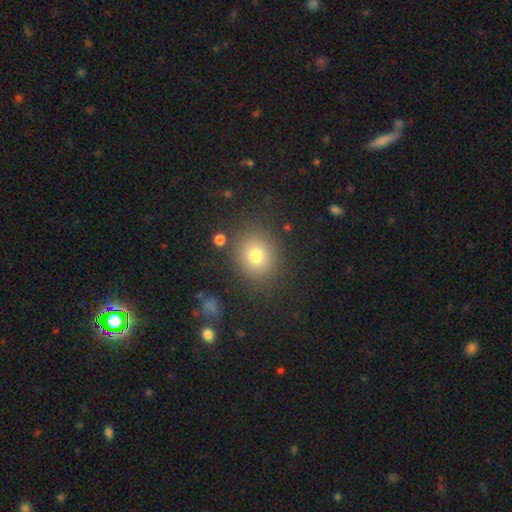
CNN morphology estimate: A smooth galaxy with no disk features (77%) that is round (74%).

Vote fractions:
- Smooth or featured? smooth: 77% / star or artifact: 14% / featured or disk: 10%
- How rounded? round: 74% / in between: 25% / cigar-shaped: 1%
- Merging? none: 85% / minor disturbance: 9% / major disturbance: 4% / merger: 3%